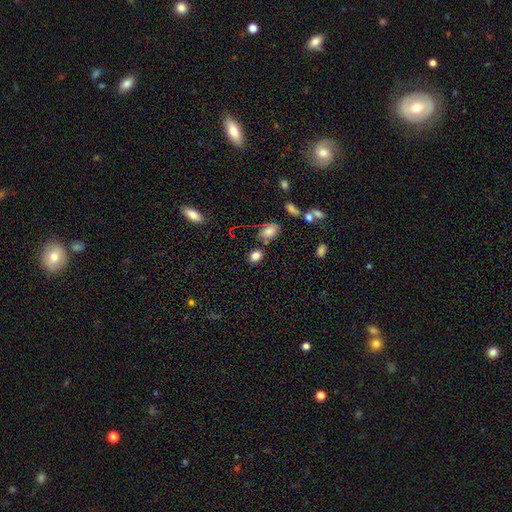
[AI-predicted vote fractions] Smooth or featured? smooth (82%)
How rounded? in between (59%)
Merging? none (73%)